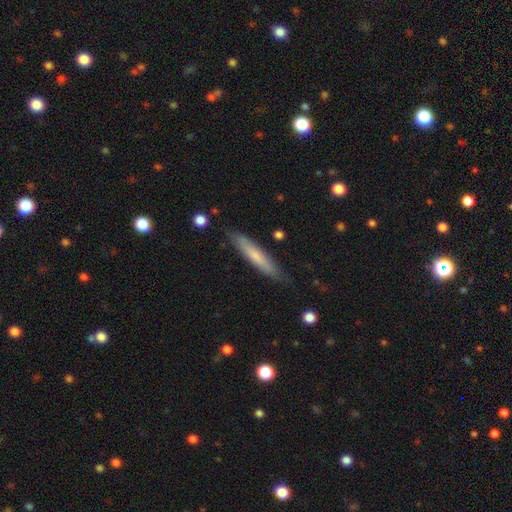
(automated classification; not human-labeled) A smooth galaxy with no disk features (67%) that is cigar-shaped (89%).

Vote fractions:
- Smooth or featured? smooth: 67% / featured or disk: 28% / star or artifact: 5%
- How rounded? cigar-shaped: 89% / in between: 10% / round: 1%
- Merging? none: 83% / minor disturbance: 13% / major disturbance: 2% / merger: 1%